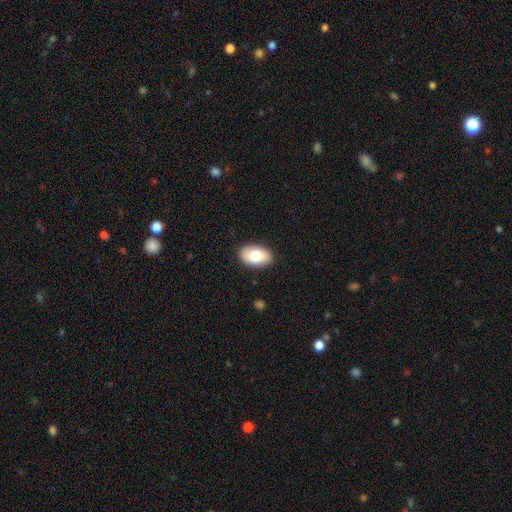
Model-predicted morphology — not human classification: This is likely a smooth galaxy (78%). How rounded: clearly in between (92%). Merging: clearly none (88%).